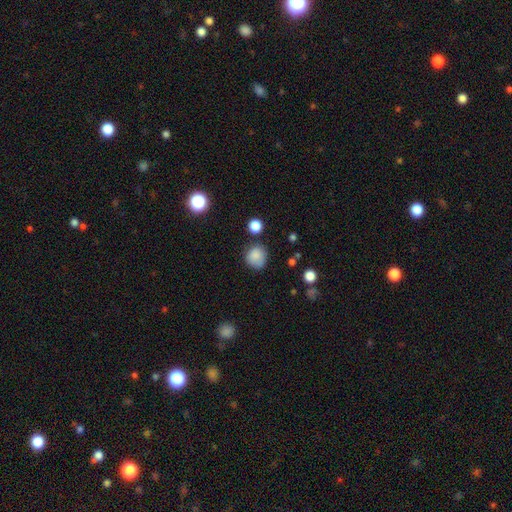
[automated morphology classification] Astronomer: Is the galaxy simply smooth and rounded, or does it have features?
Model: smooth — 84%.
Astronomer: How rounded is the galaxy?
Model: round — 84%.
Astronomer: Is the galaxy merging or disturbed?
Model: none — 70%.